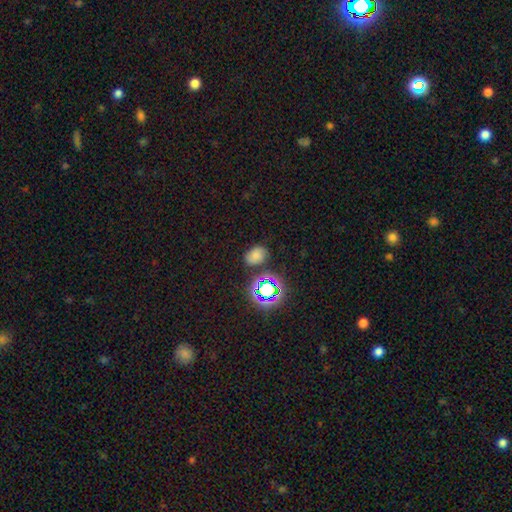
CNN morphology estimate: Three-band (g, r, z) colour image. It shows a smooth galaxy with no disk features (65%) that is in between round and cigar-shaped (69%). Merging: none (73%).